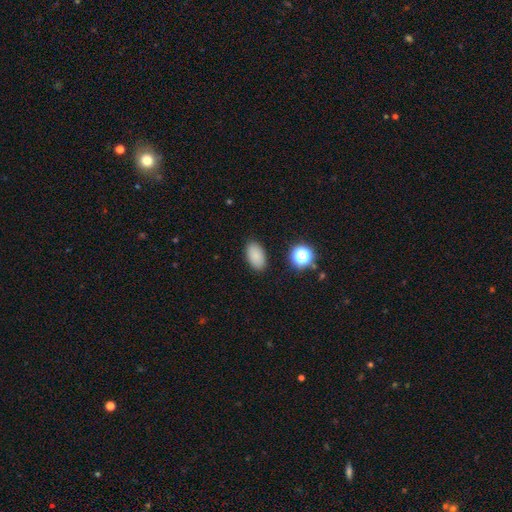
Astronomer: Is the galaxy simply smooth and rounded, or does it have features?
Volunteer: smooth — 77%.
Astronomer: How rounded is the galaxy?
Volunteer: in between — 90%.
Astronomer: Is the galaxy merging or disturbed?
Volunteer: none — 91%.